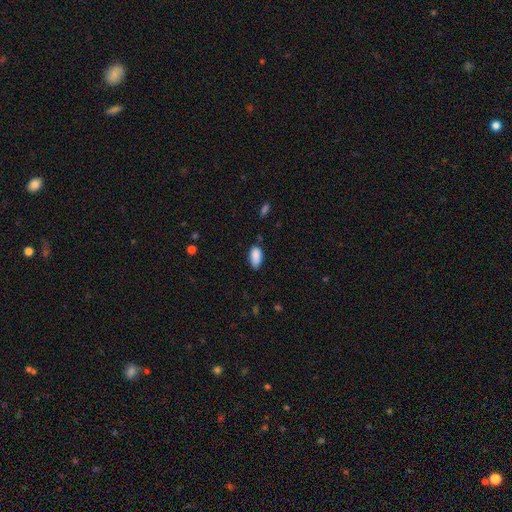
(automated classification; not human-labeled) Smooth or featured?
  - smooth: 88% *
  - star or artifact: 7%
  - featured or disk: 4%
How rounded?
  - in between: 93% *
  - cigar-shaped: 4%
  - round: 3%
Merging?
  - none: 68% *
  - minor disturbance: 26%
  - major disturbance: 4%
  - merger: 2%